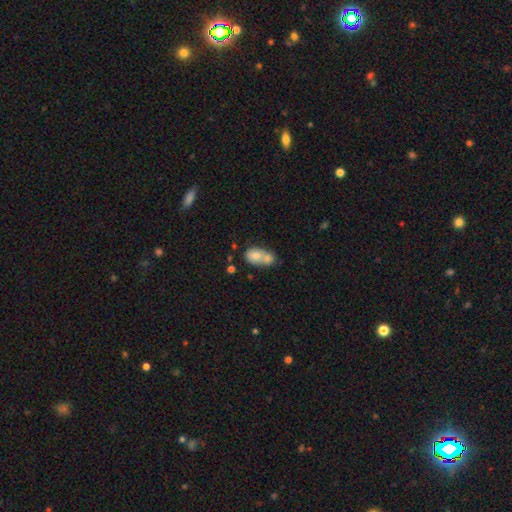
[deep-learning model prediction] Smooth or featured: smooth — 71% (featured or disk — 21%)
How rounded: in between — 69% (round — 29%)
Merging: merger — 68% (none — 21%)